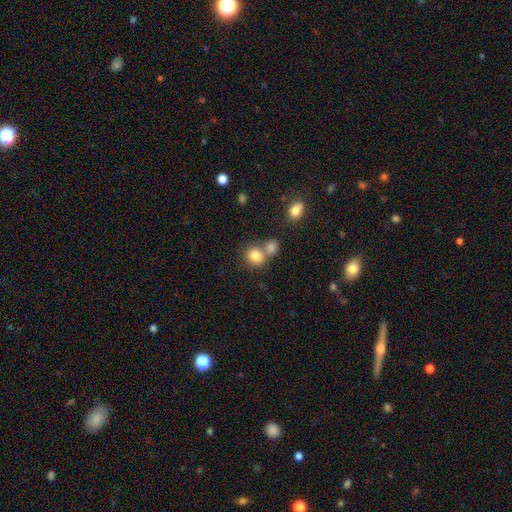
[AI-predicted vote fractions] smooth_or_featured: smooth (p=0.82) [alt: star or artifact p=0.11]
how_rounded: round (p=0.66) [alt: in between p=0.33]
merging: none (p=0.48) [alt: merger p=0.40]